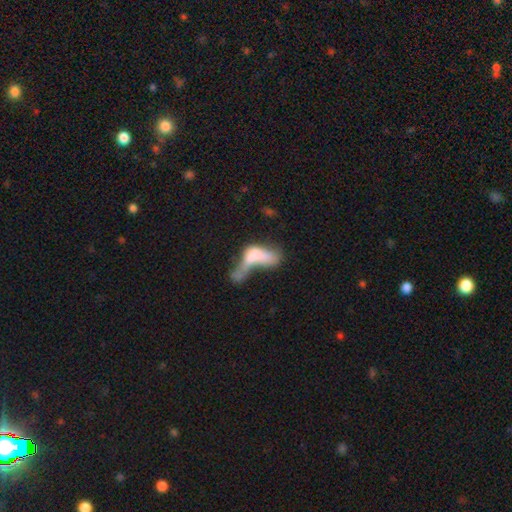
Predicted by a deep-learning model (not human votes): smooth_or_featured: smooth (p=0.55) [alt: featured or disk p=0.35]
how_rounded: in between (p=0.71) [alt: cigar-shaped p=0.24]
merging: merger (p=0.49) [alt: major disturbance p=0.33]